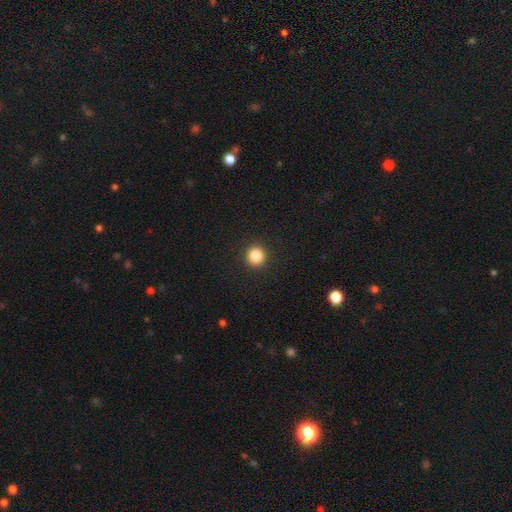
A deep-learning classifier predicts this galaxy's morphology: Overall: smooth (86%). How rounded: round (93%). Merging: none (93%).